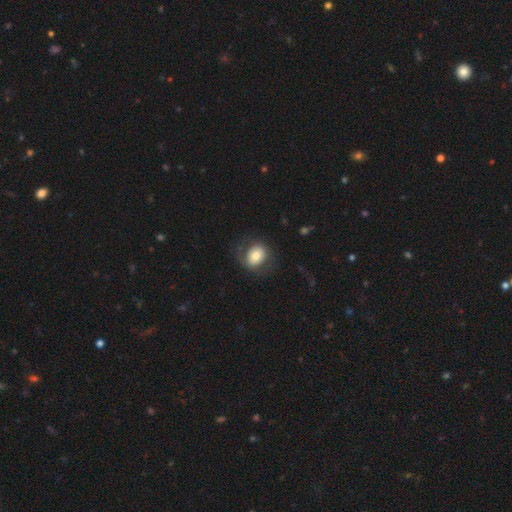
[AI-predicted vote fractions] Overall: smooth (63%; featured or disk 29%). How rounded: round (51%; in between 48%). Merging: none (64%).